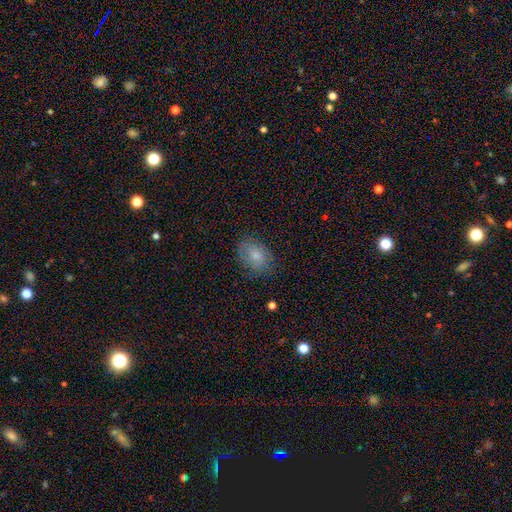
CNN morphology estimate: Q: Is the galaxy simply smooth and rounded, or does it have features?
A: smooth — 72%.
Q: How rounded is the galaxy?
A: in between — 77%.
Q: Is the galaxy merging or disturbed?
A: none — 78%.